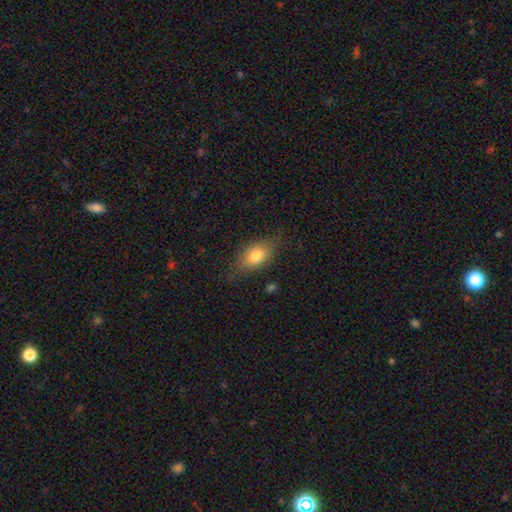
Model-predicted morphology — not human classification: Smooth or featured? smooth (73%)
How rounded? in between (83%)
Merging? none (69%)